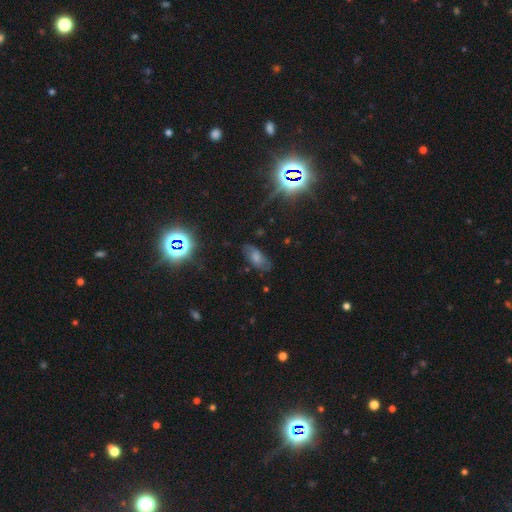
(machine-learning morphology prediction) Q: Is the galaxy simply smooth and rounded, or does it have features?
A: smooth — 38%.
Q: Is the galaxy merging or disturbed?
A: none — 72%.